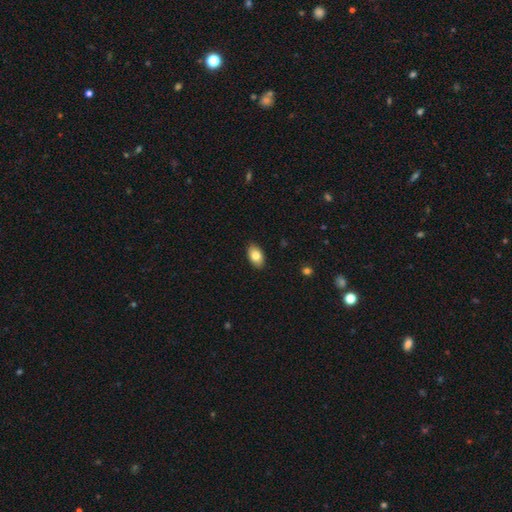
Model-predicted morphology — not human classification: Smooth or featured: smooth — 81% (featured or disk — 12%)
How rounded: in between — 91% (round — 7%)
Merging: none — 89% (minor disturbance — 9%)